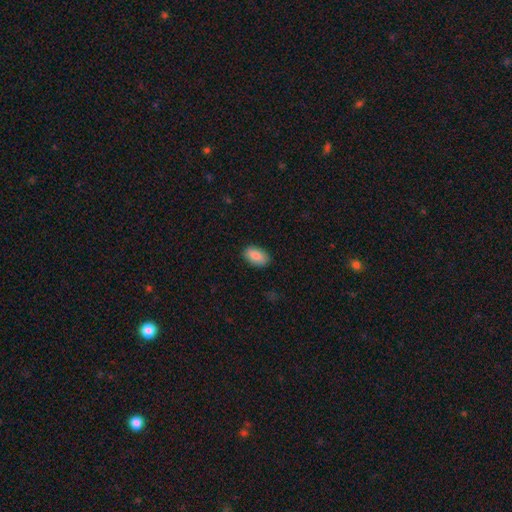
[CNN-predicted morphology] Smooth or featured? smooth (88%)
How rounded? in between (93%)
Merging? none (87%)